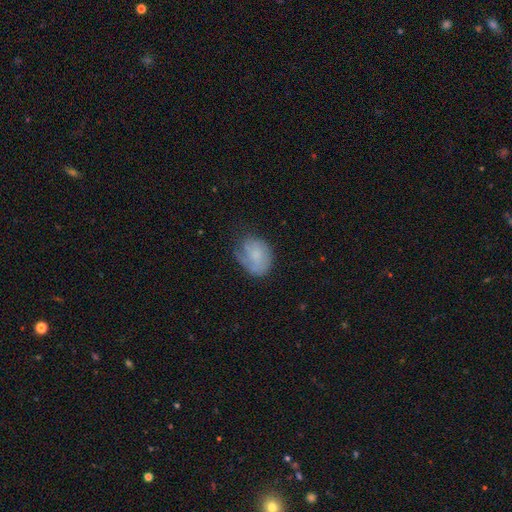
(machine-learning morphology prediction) Smooth or featured? smooth (49%)
Merging? none (50%)